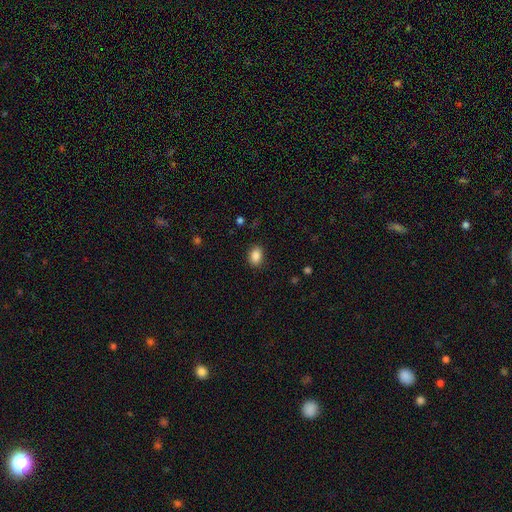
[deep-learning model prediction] Morphology: type=smooth (87%); roundness=in between (76%); merging=none (87%).